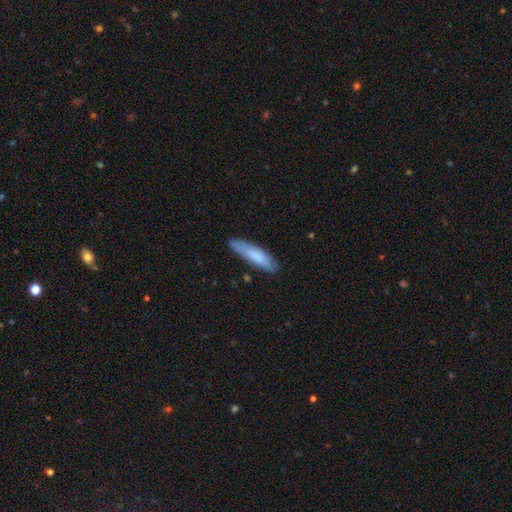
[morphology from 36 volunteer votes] This is clearly a smooth galaxy (81%). How rounded: likely cigar-shaped (79%). Merging: clearly none (83%).